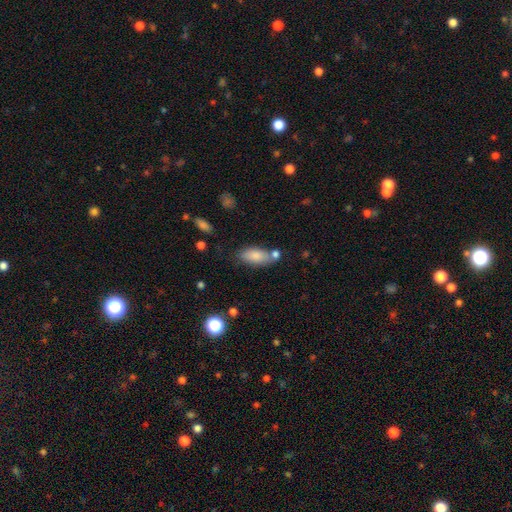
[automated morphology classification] Smooth or featured? smooth (82%)
How rounded? in between (87%)
Merging? none (61%)